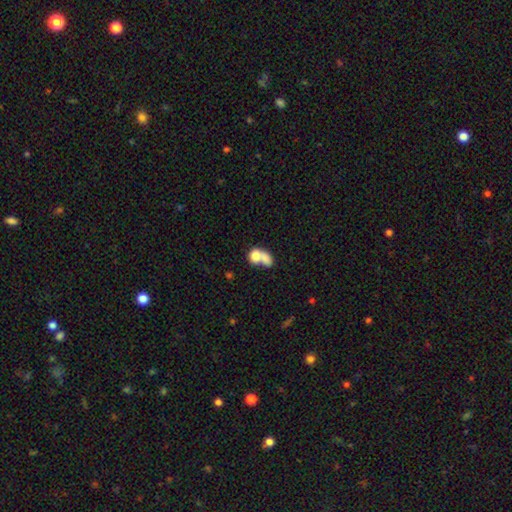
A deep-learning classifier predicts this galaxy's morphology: smooth-or-featured: smooth: 75% | featured or disk: 17% | star or artifact: 8%
  how-rounded: in between: 56% | round: 42% | cigar-shaped: 2%
  merging: merger: 71% | none: 17% | minor disturbance: 6% | major disturbance: 6%